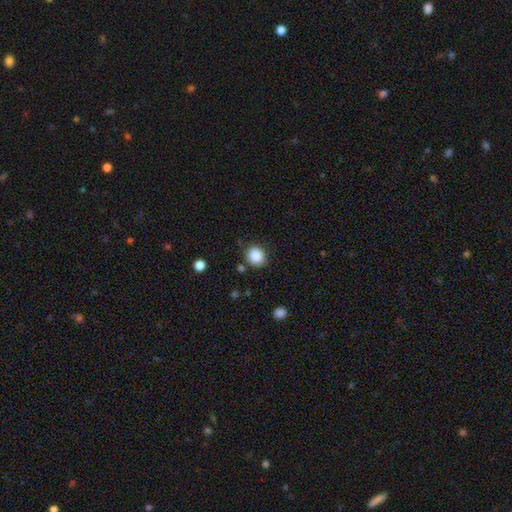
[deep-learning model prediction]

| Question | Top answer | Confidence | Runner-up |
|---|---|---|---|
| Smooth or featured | smooth | 87% | star or artifact (9%) |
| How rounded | round | 80% | in between (19%) |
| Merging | none | 86% | minor disturbance (9%) |